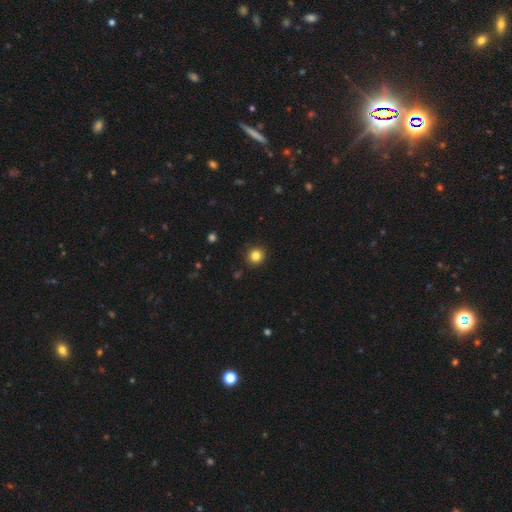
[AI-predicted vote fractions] This is clearly a smooth galaxy (84%). How rounded: clearly round (93%). Merging: clearly none (92%).